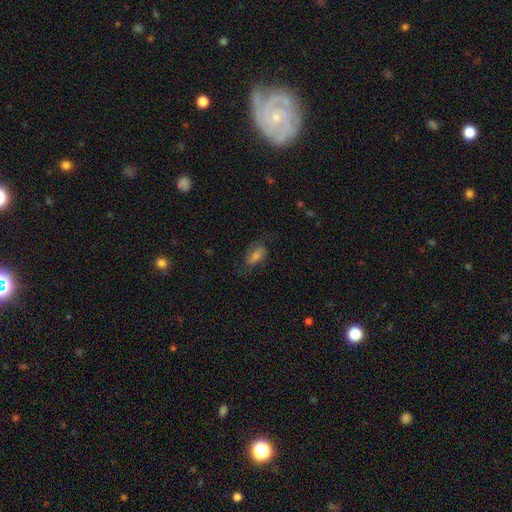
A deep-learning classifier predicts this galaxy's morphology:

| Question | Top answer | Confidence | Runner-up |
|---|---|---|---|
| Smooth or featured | featured or disk | 47% | smooth (37%) |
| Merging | none | 66% | minor disturbance (19%) |